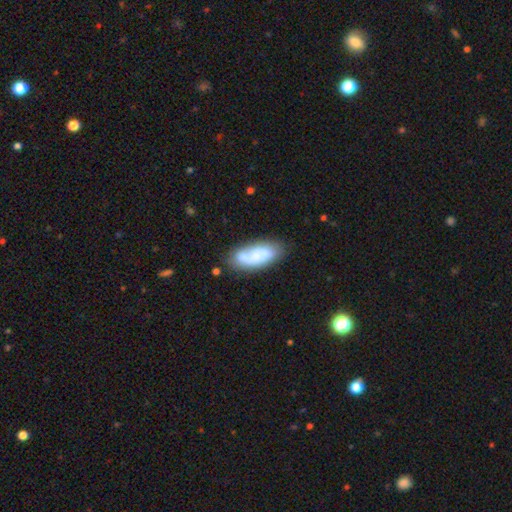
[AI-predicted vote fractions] Smooth or featured? smooth (59%)
How rounded? in between (83%)
Merging? none (61%)